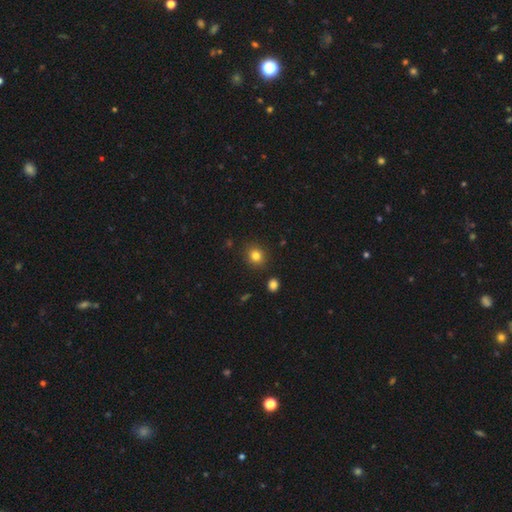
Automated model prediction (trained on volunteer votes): Q: Smooth or featured?
A: smooth (82%); runner-up: star or artifact (12%)
Q: How rounded?
A: round (79%); runner-up: in between (20%)
Q: Merging?
A: none (88%); runner-up: minor disturbance (8%)